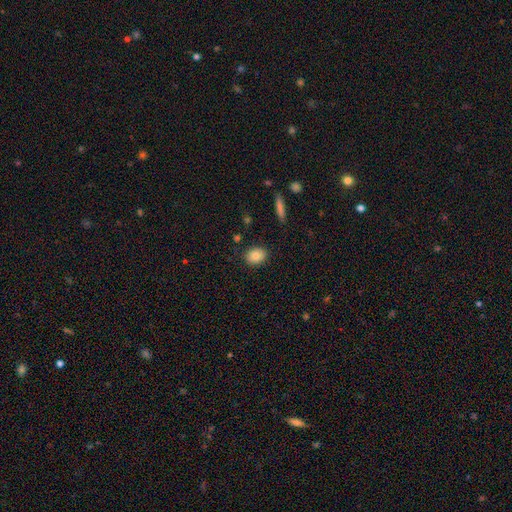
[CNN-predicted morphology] smooth-or-featured: smooth: 84% | star or artifact: 8% | featured or disk: 8%
  how-rounded: in between: 58% | round: 41% | cigar-shaped: 1%
  merging: none: 87% | minor disturbance: 9% | major disturbance: 2% | merger: 2%